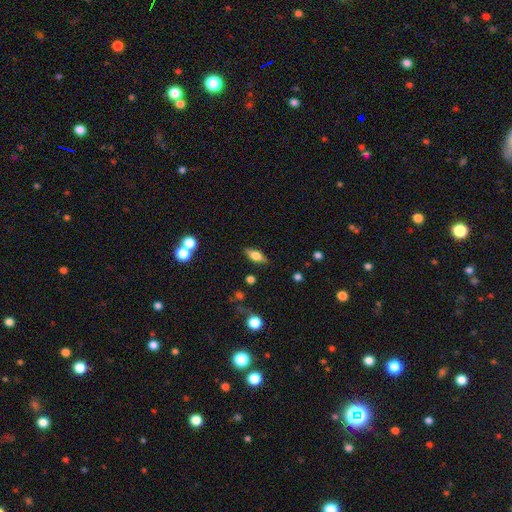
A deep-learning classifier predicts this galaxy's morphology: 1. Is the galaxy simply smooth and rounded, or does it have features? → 60% smooth, 32% featured or disk, 8% star or artifact.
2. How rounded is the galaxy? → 73% in between, 22% cigar-shaped, 5% round.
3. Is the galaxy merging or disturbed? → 83% none, 12% minor disturbance, 3% major disturbance, 2% merger.